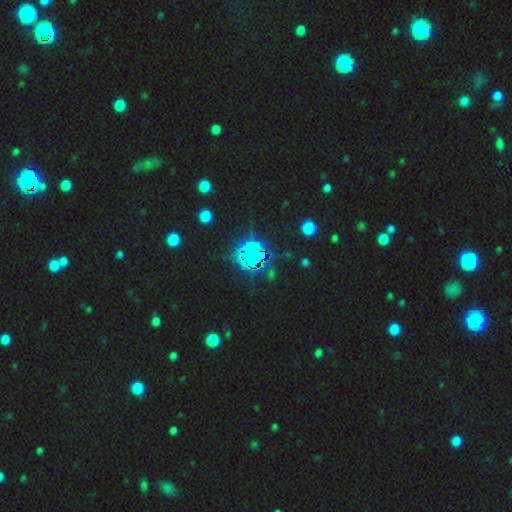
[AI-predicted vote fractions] smooth_or_featured: star or artifact (p=0.77) [alt: smooth p=0.14]